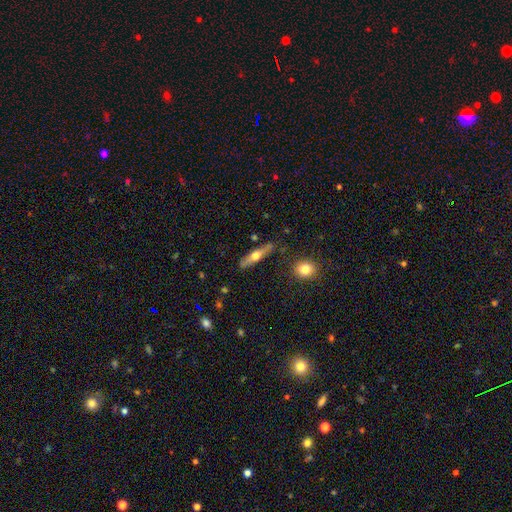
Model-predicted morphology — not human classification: Q: Smooth or featured?
A: featured or disk (55%); runner-up: smooth (39%)
Q: Edge-on disk?
A: yes (92%); runner-up: no (8%)
Q: Edge-on bulge?
A: rounded (93%); runner-up: none (4%)
Q: Merging?
A: none (84%); runner-up: minor disturbance (11%)